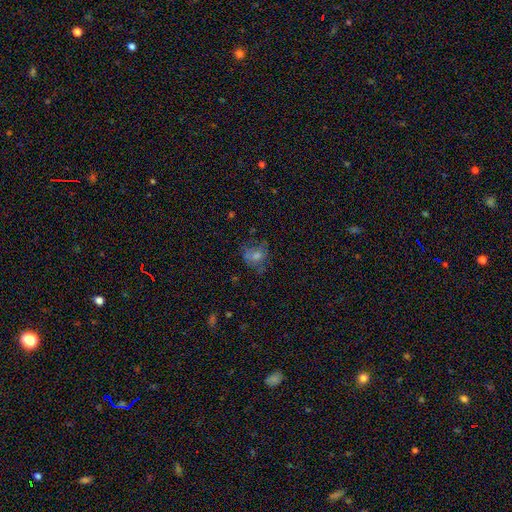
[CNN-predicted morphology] Smooth or featured: smooth — 49% (featured or disk — 26%)
Merging: none — 60% (minor disturbance — 21%)